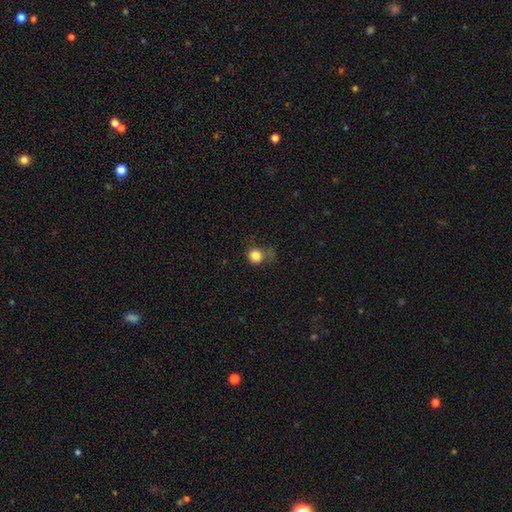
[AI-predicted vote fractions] smooth_or_featured: smooth (p=0.82) [alt: star or artifact p=0.12]
how_rounded: round (p=0.83) [alt: in between p=0.16]
merging: none (p=0.57) [alt: minor disturbance p=0.26]